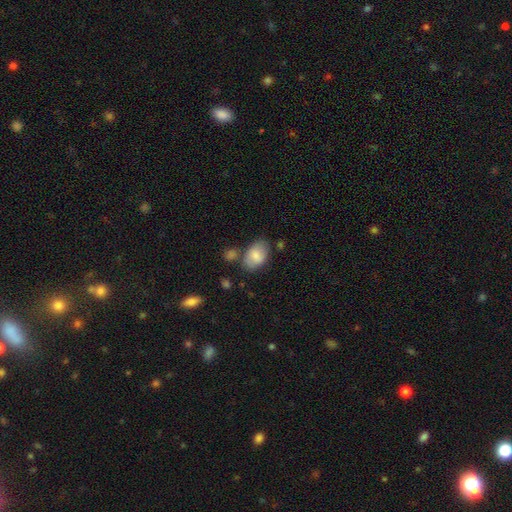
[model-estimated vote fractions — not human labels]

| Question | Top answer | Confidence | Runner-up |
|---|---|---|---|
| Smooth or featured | smooth | 80% | featured or disk (13%) |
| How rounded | in between | 88% | round (11%) |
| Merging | none | 62% | minor disturbance (20%) |